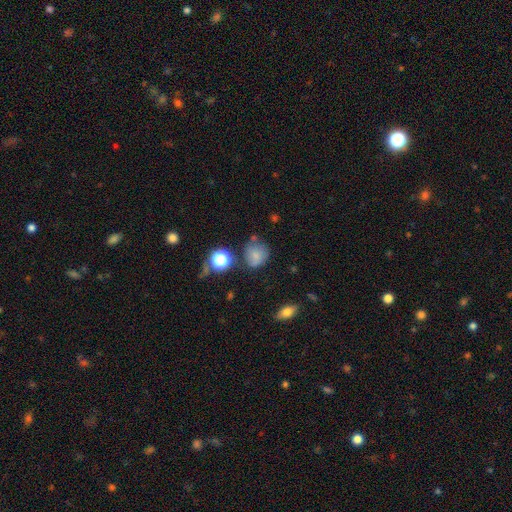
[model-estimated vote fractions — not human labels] A smooth galaxy with no disk features (73%) that is round (75%).

Vote fractions:
- Smooth or featured? smooth: 73% / star or artifact: 15% / featured or disk: 12%
- How rounded? round: 75% / in between: 24% / cigar-shaped: 1%
- Merging? none: 58% / minor disturbance: 25% / major disturbance: 9% / merger: 8%